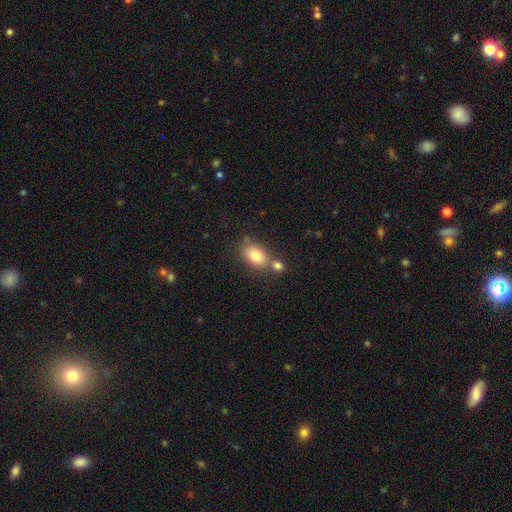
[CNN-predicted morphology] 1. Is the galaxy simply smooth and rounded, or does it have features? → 79% smooth, 12% featured or disk, 9% star or artifact.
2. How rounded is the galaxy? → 81% in between, 17% round, 2% cigar-shaped.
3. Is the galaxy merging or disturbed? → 55% none, 29% merger, 12% minor disturbance, 4% major disturbance.